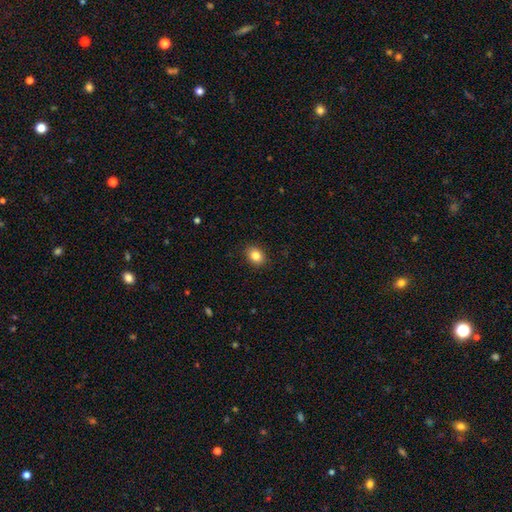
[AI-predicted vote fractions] smooth 84%, star or artifact 10%, featured or disk 6%. Down the decision tree: how rounded — in between (58%); merging — none (89%).